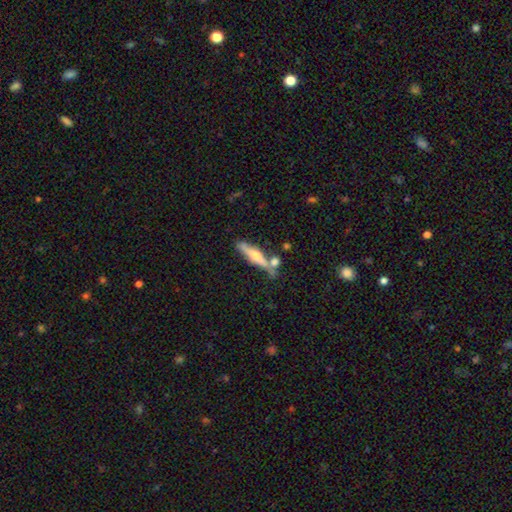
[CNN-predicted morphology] Smooth or featured: featured or disk — 56% (smooth — 37%)
Edge-on disk: yes — 92% (no — 8%)
Edge-on bulge: rounded — 86% (none — 8%)
Merging: none — 64% (merger — 17%)